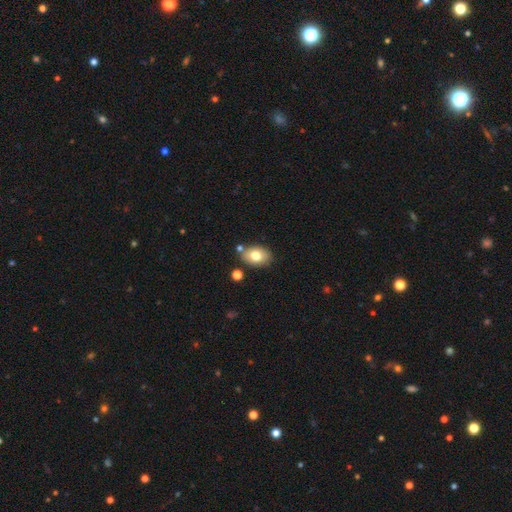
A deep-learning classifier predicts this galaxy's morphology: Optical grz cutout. It shows a smooth galaxy with no disk features (77%) that is in between round and cigar-shaped (78%). Merging: none (77%).